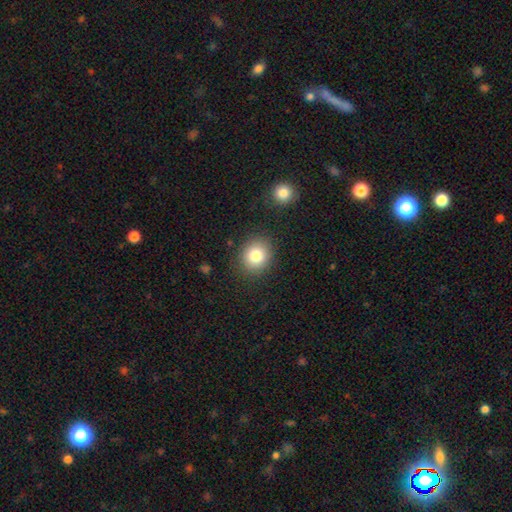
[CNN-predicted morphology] Smooth or featured? Predicted: smooth (p=0.80). How rounded? Predicted: round (p=0.75). Merging? Predicted: none (p=0.86).